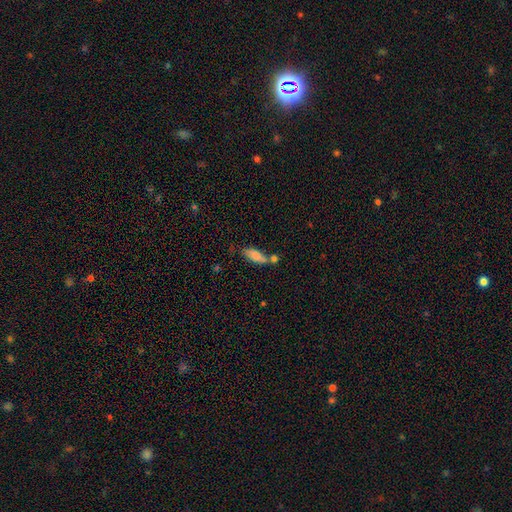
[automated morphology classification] The model was most divided on "merging": none: 50%, merger: 27%, minor disturbance: 18%, major disturbance: 6%. More confident: smooth or featured — smooth (79%); how rounded — in between (70%).